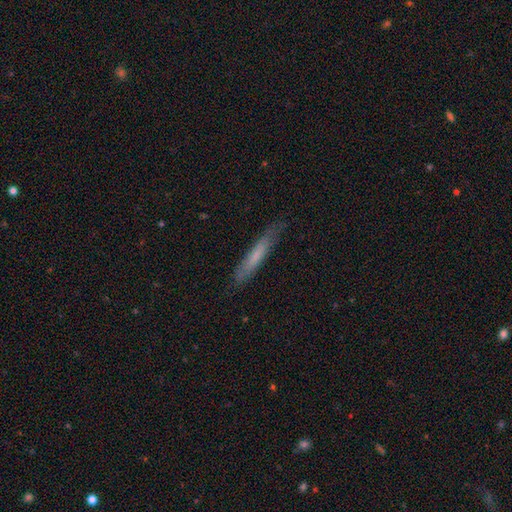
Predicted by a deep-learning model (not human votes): smooth 62%, featured or disk 32%, star or artifact 7%. Down the decision tree: how rounded — cigar-shaped (93%); merging — none (82%).